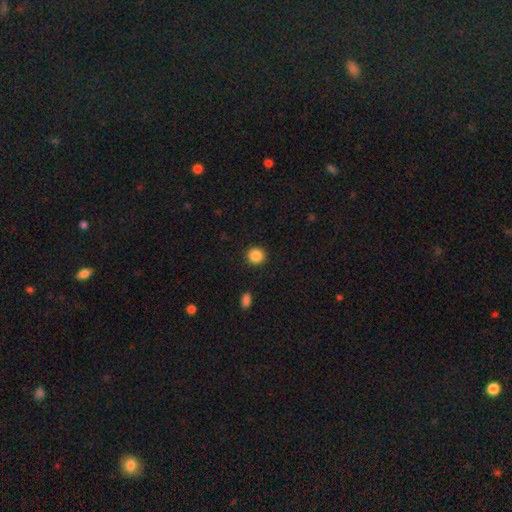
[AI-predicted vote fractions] Smooth or featured: smooth — 87% (star or artifact — 10%)
How rounded: round — 92% (in between — 7%)
Merging: none — 92% (minor disturbance — 5%)